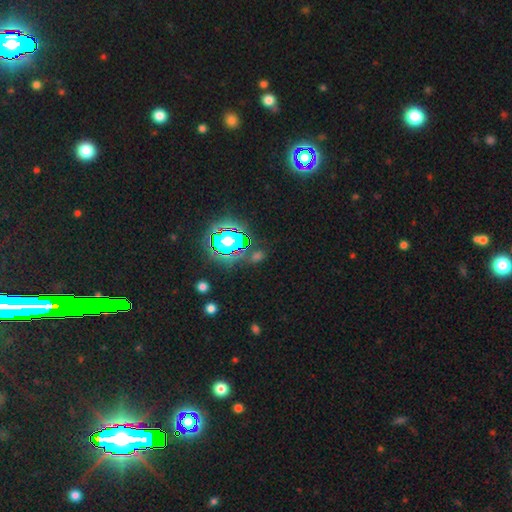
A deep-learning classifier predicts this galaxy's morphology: This is possibly a star or artifact rather than a galaxy (59%).